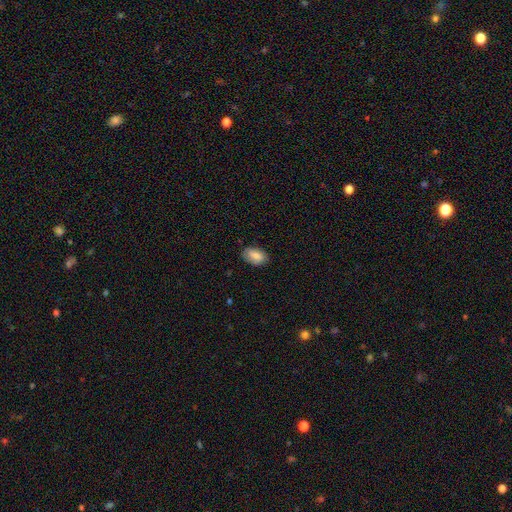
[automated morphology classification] Smooth or featured: smooth — 79% (featured or disk — 14%)
How rounded: in between — 92% (round — 6%)
Merging: none — 81% (minor disturbance — 15%)